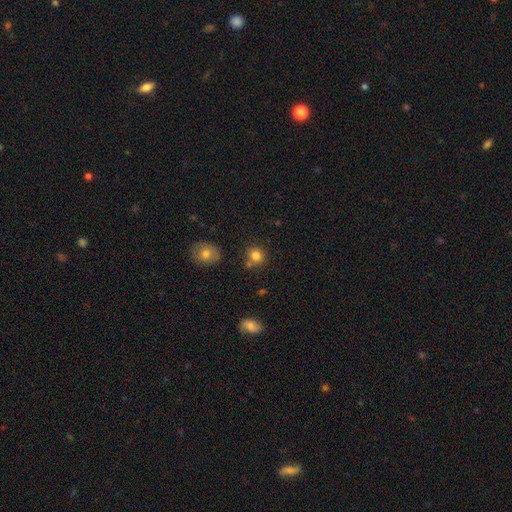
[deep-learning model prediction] The model was most divided on "merging": none: 72%, merger: 13%, minor disturbance: 12%, major disturbance: 3%. More confident: smooth or featured — smooth (82%); how rounded — round (82%).